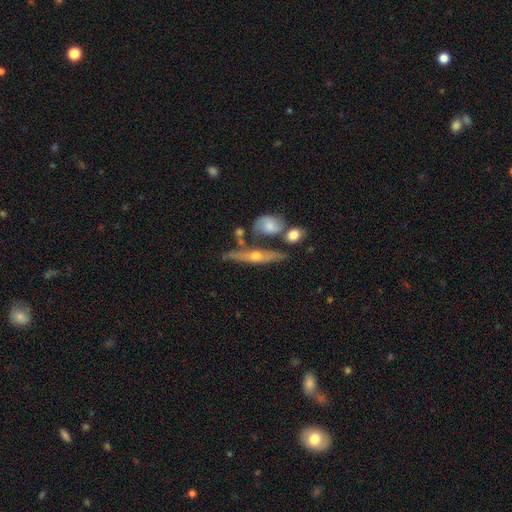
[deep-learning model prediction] Overall: featured or disk (73%). Edge-on disk: yes (90%). Edge-on bulge: rounded (90%). Merging: none (68%).